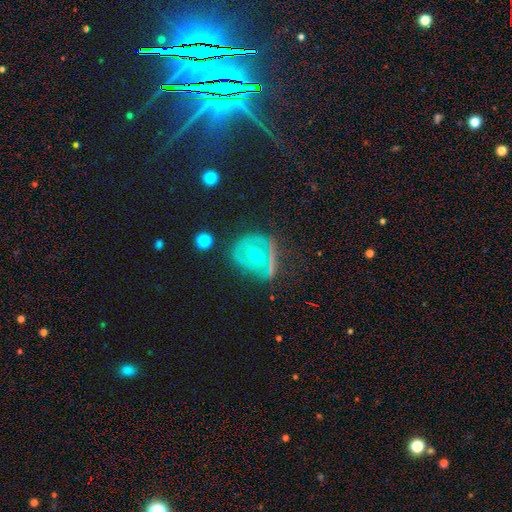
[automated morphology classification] smooth_or_featured: featured or disk (p=0.52) [alt: smooth p=0.28]
disk_edge_on: no (p=0.90) [alt: yes p=0.10]
merging: none (p=0.66) [alt: minor disturbance p=0.20]